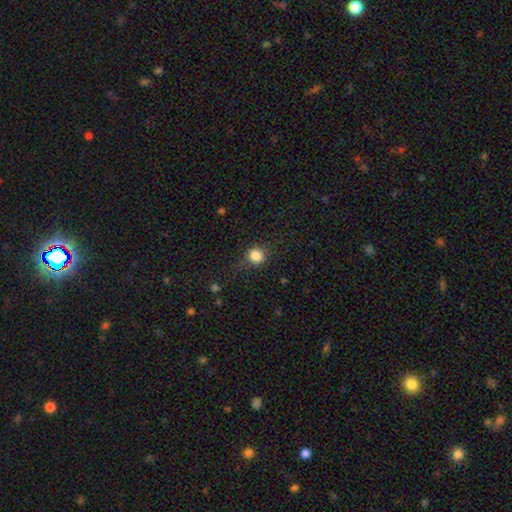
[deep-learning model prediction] Morphology: type=smooth (84%); roundness=round (81%); merging=none (74%).